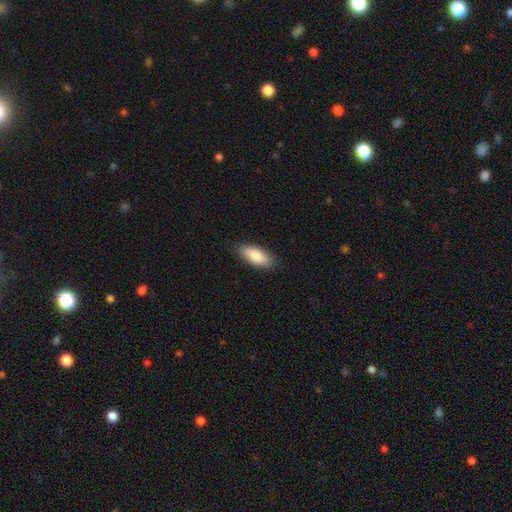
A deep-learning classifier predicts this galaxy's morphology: A smooth galaxy with no disk features (83%) that is in between round and cigar-shaped (79%).

Vote fractions:
- Smooth or featured? smooth: 83% / featured or disk: 11% / star or artifact: 6%
- How rounded? in between: 79% / cigar-shaped: 19% / round: 2%
- Merging? none: 87% / minor disturbance: 10% / major disturbance: 2% / merger: 1%